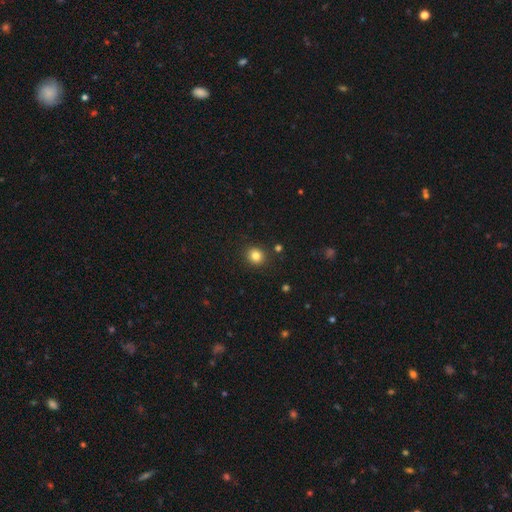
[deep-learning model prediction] A smooth galaxy with no disk features (82%) that is round (84%). Merging: none (90%).